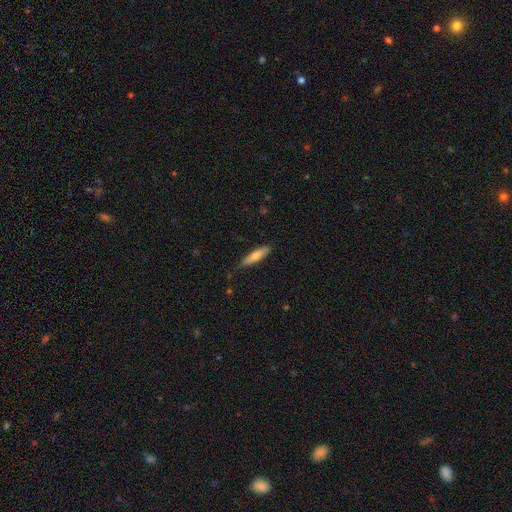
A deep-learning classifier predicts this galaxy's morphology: Smooth or featured: smooth — 70% (featured or disk — 24%)
How rounded: cigar-shaped — 79% (in between — 20%)
Merging: none — 78% (minor disturbance — 18%)